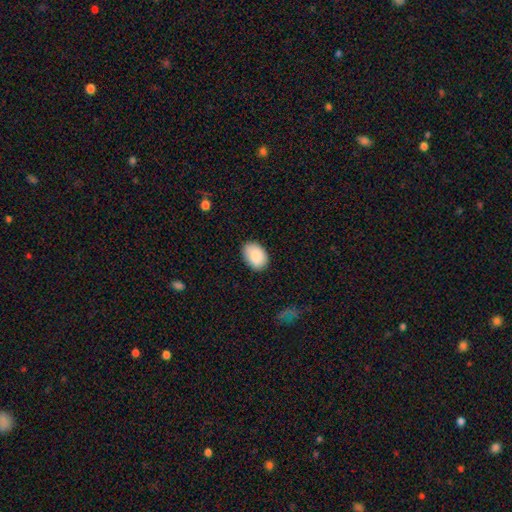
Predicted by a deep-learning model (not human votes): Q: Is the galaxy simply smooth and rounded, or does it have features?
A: smooth — 89%.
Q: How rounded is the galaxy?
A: in between — 85%.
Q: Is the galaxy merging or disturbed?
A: none — 83%.